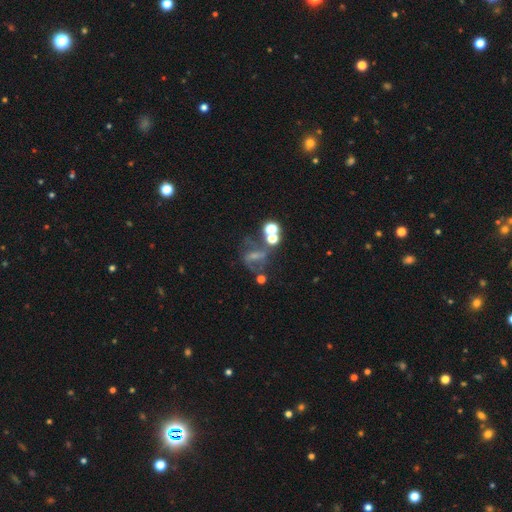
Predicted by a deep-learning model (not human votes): A featured or disk galaxy (55%) with a strong bar (45%), spiral arms (71%) and no central bulge (37%). Merging: none (41%).